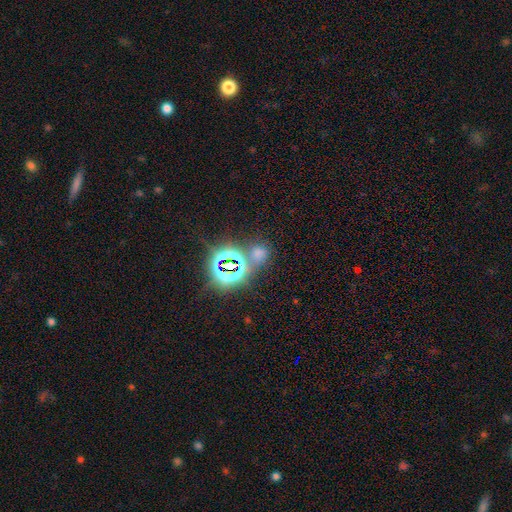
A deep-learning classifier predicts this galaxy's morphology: A star or artifact, not a galaxy (61%).